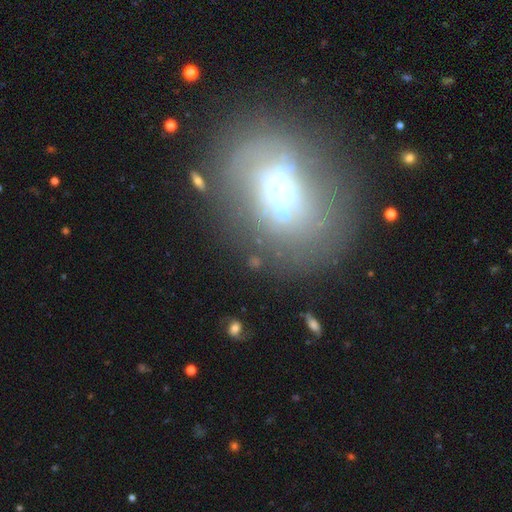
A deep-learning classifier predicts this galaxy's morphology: Overall: featured or disk (53%; smooth 30%). Edge-on disk: no (84%). Merging: none (57%; minor disturbance 19%).